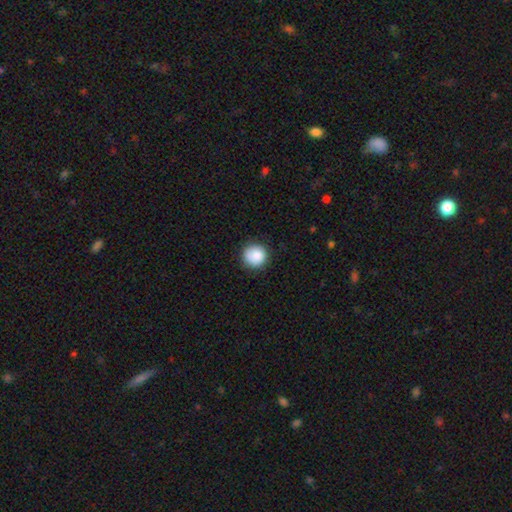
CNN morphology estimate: smooth_or_featured: smooth (p=0.87) [alt: star or artifact p=0.08]
how_rounded: round (p=0.94) [alt: in between p=0.05]
merging: none (p=0.86) [alt: minor disturbance p=0.10]